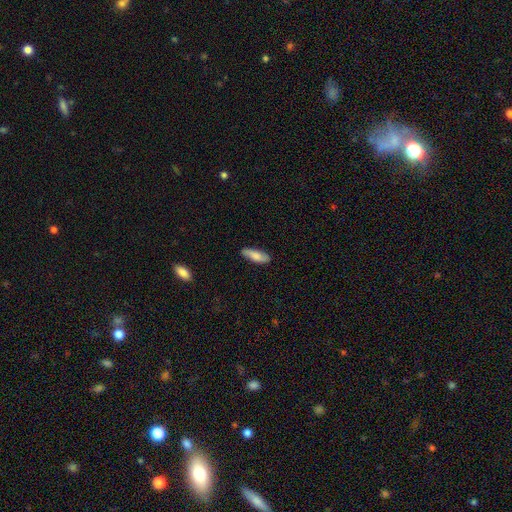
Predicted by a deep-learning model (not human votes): This is likely a smooth galaxy (75%). How rounded: possibly in between (60%). Merging: clearly none (82%).